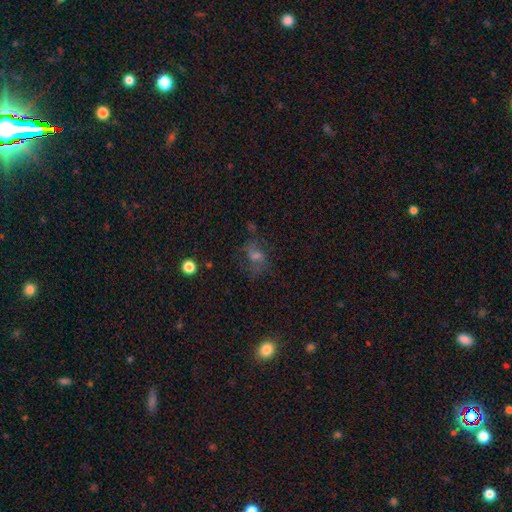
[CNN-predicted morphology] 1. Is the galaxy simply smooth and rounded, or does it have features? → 44% featured or disk, 31% smooth, 26% star or artifact.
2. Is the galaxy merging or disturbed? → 55% none, 22% major disturbance, 19% minor disturbance, 3% merger.